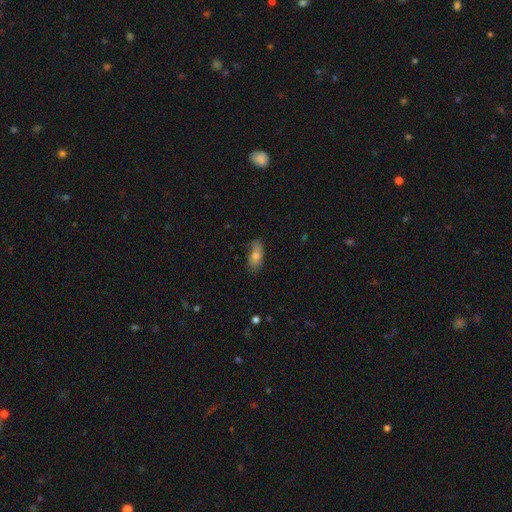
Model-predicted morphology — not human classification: Smooth or featured?
  - smooth: 72% *
  - featured or disk: 19%
  - star or artifact: 9%
How rounded?
  - in between: 81% *
  - cigar-shaped: 16%
  - round: 3%
Merging?
  - none: 77% *
  - minor disturbance: 19%
  - major disturbance: 3%
  - merger: 1%